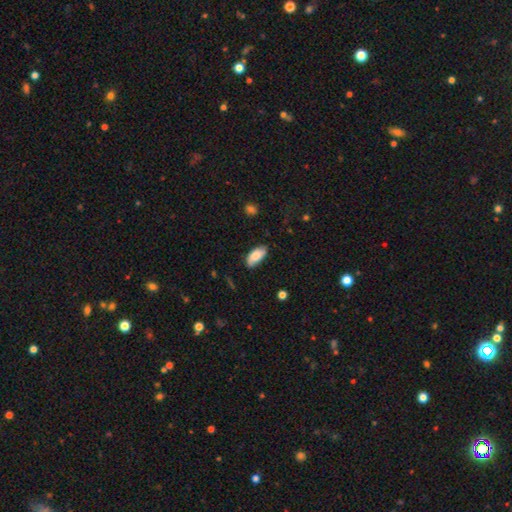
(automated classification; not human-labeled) smooth-or-featured: smooth: 80% | featured or disk: 14% | star or artifact: 6%
  how-rounded: in between: 92% | cigar-shaped: 6% | round: 2%
  merging: none: 77% | minor disturbance: 18% | major disturbance: 3% | merger: 1%